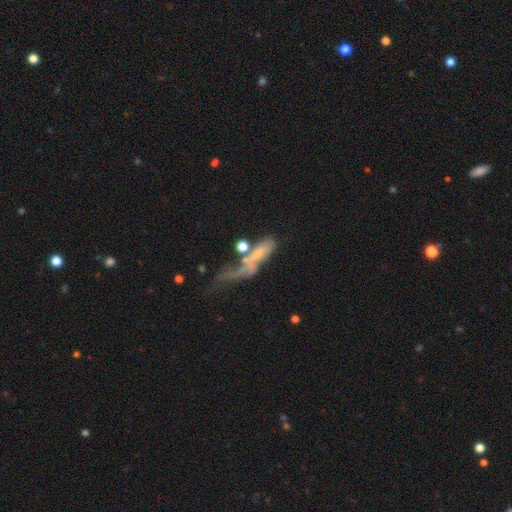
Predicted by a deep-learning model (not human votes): This appears to be a featured or disk galaxy (48%). Merging: major disturbance (42%).